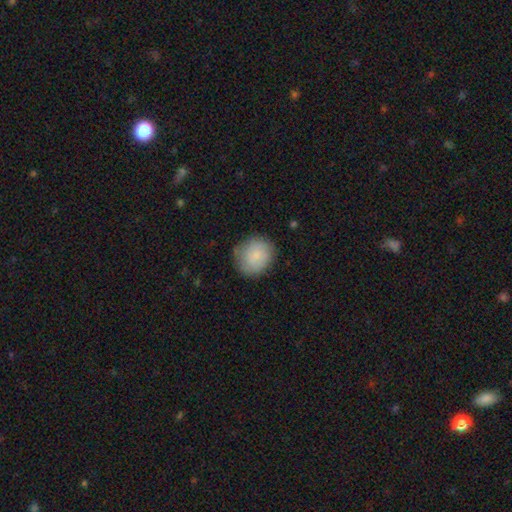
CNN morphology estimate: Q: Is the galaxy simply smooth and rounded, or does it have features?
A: smooth — 82%.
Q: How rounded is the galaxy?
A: round — 80%.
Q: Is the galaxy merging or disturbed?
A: none — 76%.